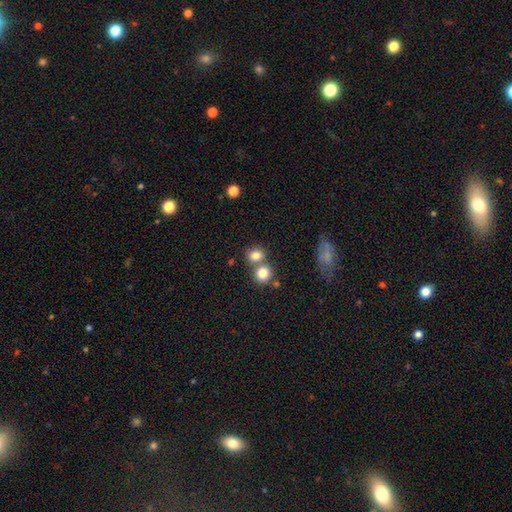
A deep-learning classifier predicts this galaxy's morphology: This appears to be a smooth galaxy with no disk features (81%) that is round (66%). Merging: none (49%).